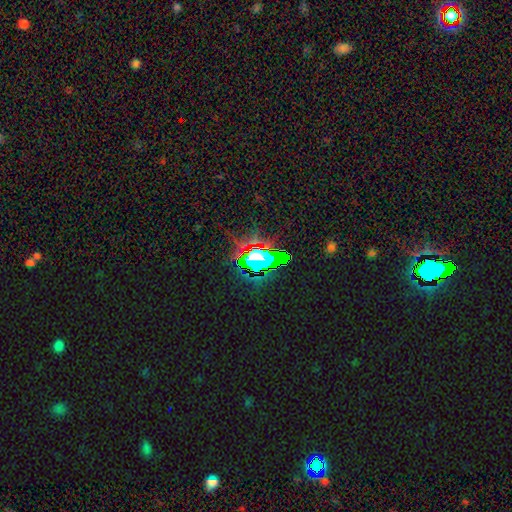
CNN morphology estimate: smooth_or_featured: star or artifact (p=0.68) [alt: smooth p=0.16]